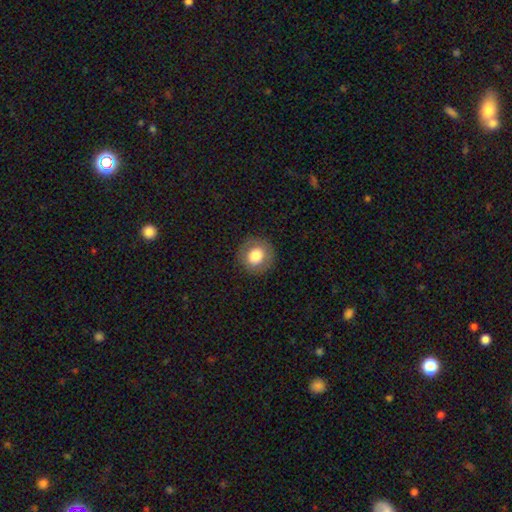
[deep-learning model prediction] The model was most divided on "smooth or featured": smooth: 76%, featured or disk: 16%, star or artifact: 9%. More confident: how rounded — round (91%); merging — none (87%).